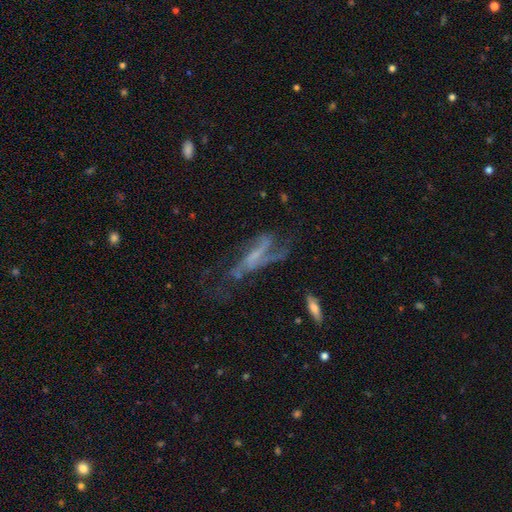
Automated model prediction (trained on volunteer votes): Smooth or featured? featured or disk (70%)
Edge-on disk? no (77%)
Bar? no (42%)
Spiral arms? yes (75%)
Bulge size? none (48%)
Merging? major disturbance (40%)